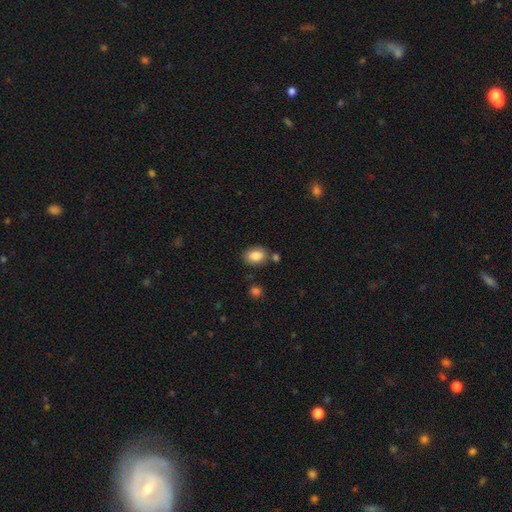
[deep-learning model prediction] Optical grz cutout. It shows a smooth galaxy with no disk features (86%) that is in between round and cigar-shaped (77%). Merging: none (76%).